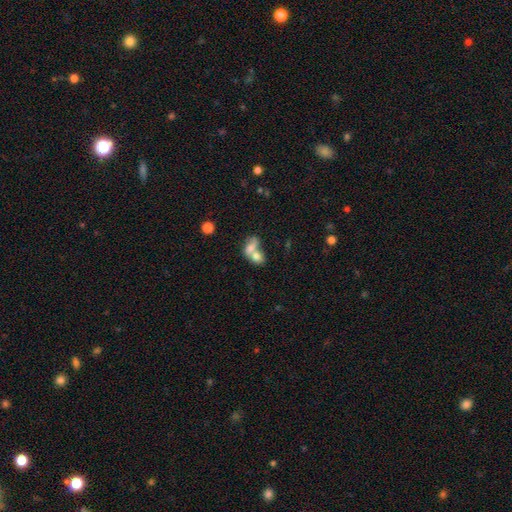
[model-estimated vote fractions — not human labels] Overall: smooth (71%). How rounded: in between (70%). Merging: merger (71%).